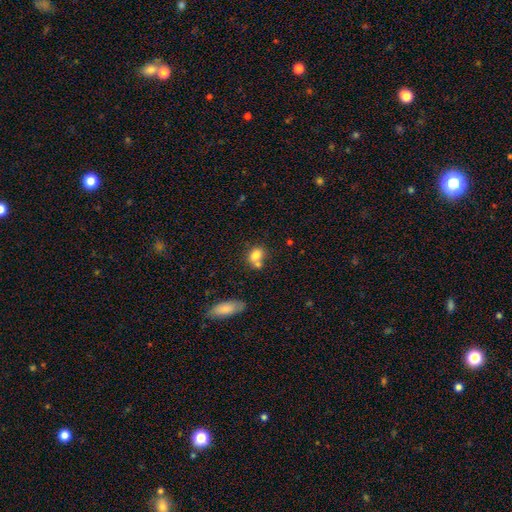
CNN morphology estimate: smooth 79%, featured or disk 11%, star or artifact 10%. Down the decision tree: how rounded — in between (56%); merging — none (45%).